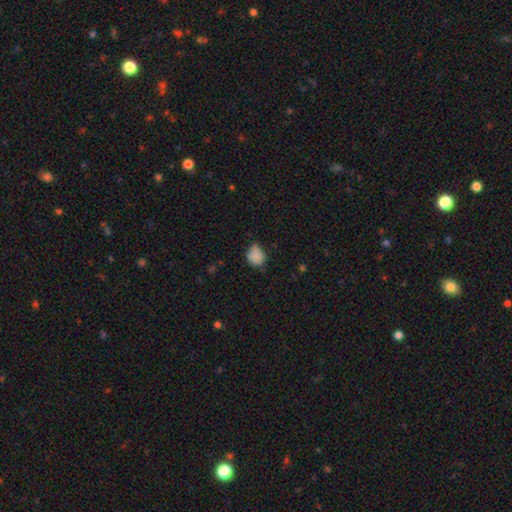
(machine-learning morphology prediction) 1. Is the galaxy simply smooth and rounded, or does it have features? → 83% smooth, 10% star or artifact, 7% featured or disk.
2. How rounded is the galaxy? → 58% round, 41% in between, 1% cigar-shaped.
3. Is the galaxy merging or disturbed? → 51% none, 39% minor disturbance, 8% major disturbance, 3% merger.